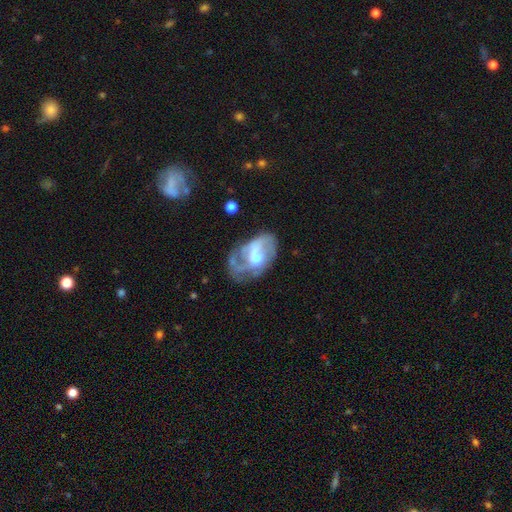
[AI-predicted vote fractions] Smooth or featured: featured or disk — 69% (smooth — 24%)
Edge-on disk: no — 97% (yes — 3%)
Bar: no — 55% (weak — 36%)
Spiral arms: yes — 65% (no — 35%)
Bulge size: moderate — 53% (small — 22%)
Merging: none — 39% (major disturbance — 31%)